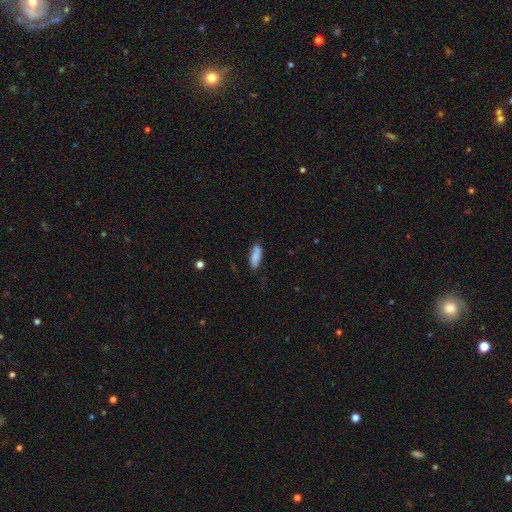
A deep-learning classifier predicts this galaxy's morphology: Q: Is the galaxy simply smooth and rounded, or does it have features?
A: smooth — 82%.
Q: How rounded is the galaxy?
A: in between — 63%.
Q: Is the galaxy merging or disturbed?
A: none — 66%.